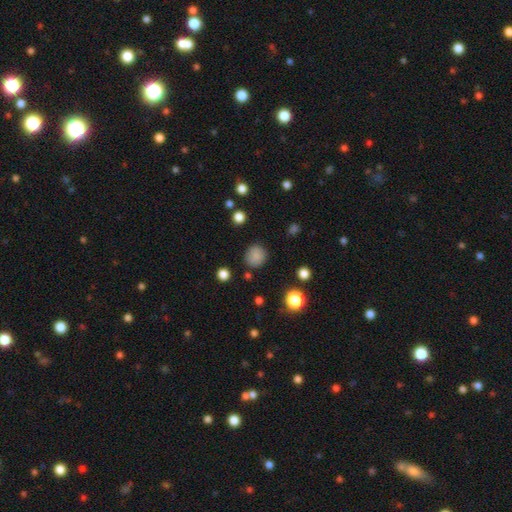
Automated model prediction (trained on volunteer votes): Morphology: type=smooth (85%); roundness=round (89%); merging=none (86%).